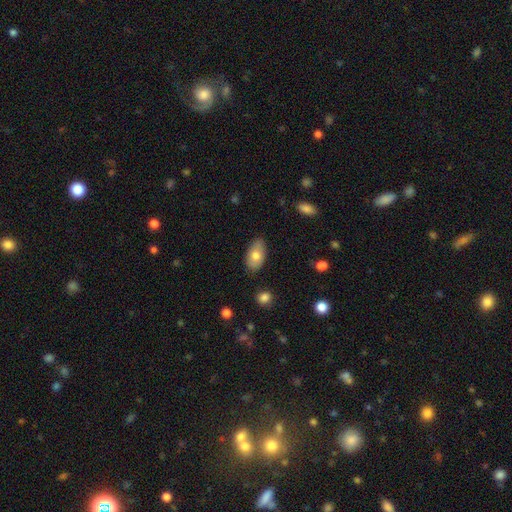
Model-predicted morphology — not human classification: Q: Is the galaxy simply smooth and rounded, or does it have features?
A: smooth — 73%.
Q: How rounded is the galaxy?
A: in between — 93%.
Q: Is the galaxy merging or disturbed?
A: none — 79%.